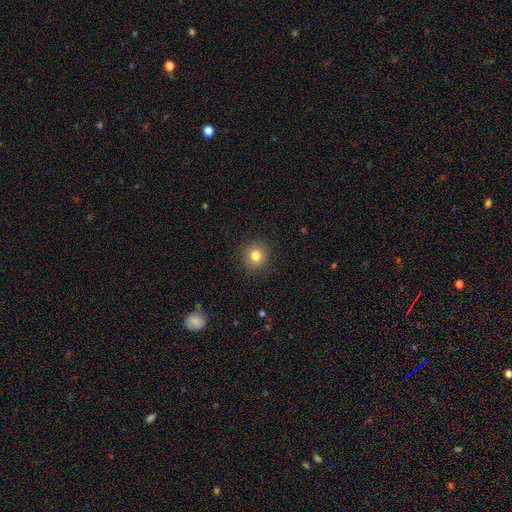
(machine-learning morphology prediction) smooth_or_featured: smooth (p=0.80) [alt: star or artifact p=0.12]
how_rounded: round (p=0.90) [alt: in between p=0.09]
merging: none (p=0.90) [alt: minor disturbance p=0.07]